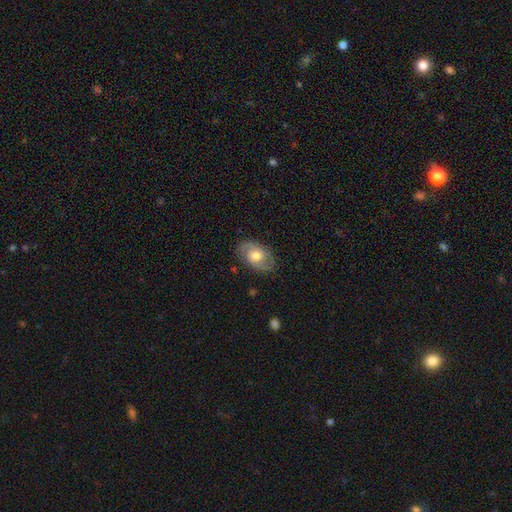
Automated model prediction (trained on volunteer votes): featured or disk 51%, smooth 43%, star or artifact 7%. Down the decision tree: edge-on disk — no (94%); merging — none (80%).